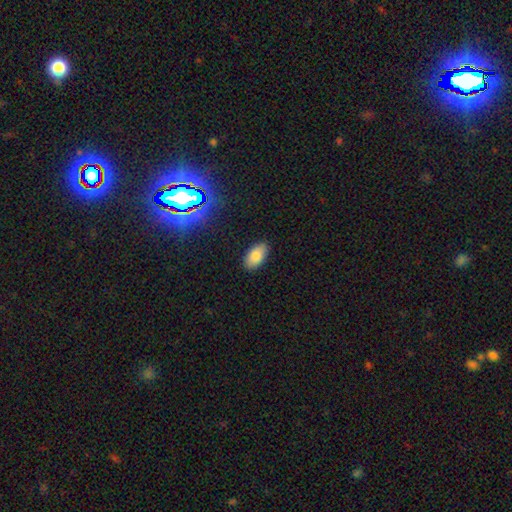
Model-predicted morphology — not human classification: Smooth or featured: smooth — 84% (star or artifact — 9%)
How rounded: in between — 95% (round — 3%)
Merging: none — 87% (minor disturbance — 10%)